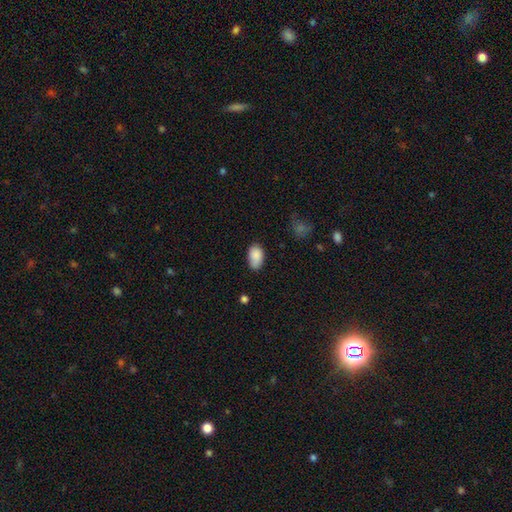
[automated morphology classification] type=smooth (88%); roundness=in between (92%); merging=none (68%).